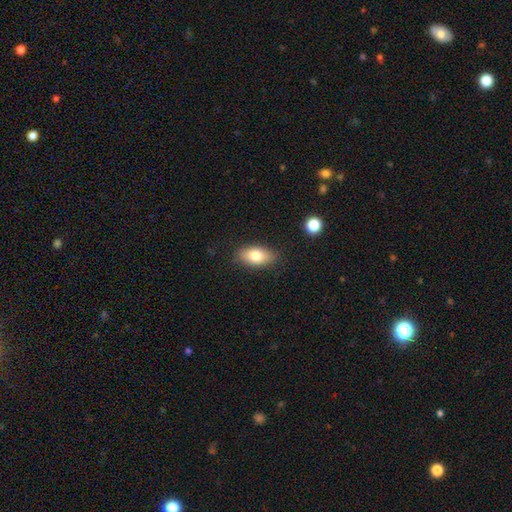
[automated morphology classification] smooth-or-featured: smooth: 78% | featured or disk: 15% | star or artifact: 8%
  how-rounded: in between: 90% | round: 6% | cigar-shaped: 5%
  merging: none: 84% | minor disturbance: 12% | major disturbance: 3% | merger: 1%